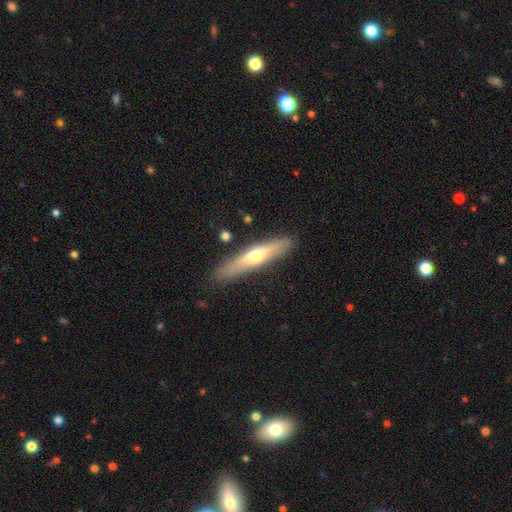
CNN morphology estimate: The model was most divided on "smooth or featured": featured or disk: 52%, smooth: 42%, star or artifact: 6%. More confident: merging — none (86%); edge-on disk — yes (84%).